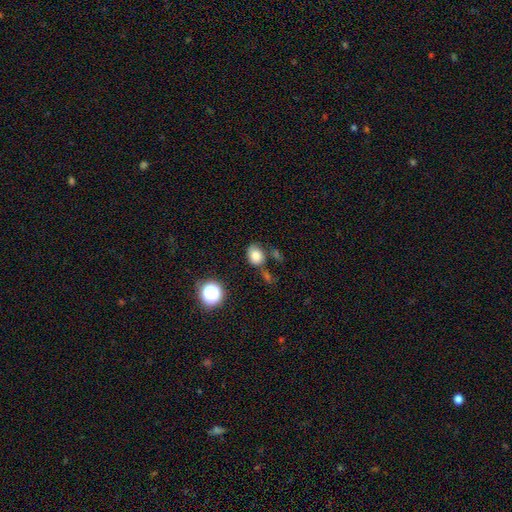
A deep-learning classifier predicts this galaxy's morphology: A smooth galaxy with no disk features (79%) that is in between round and cigar-shaped (50%). Merging: none (55%).